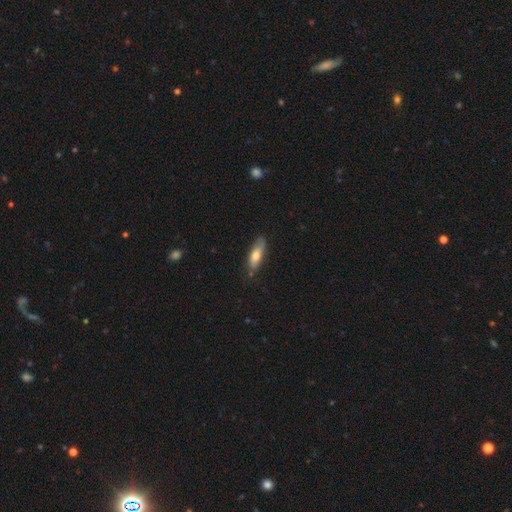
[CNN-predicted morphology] The model was most divided on "how rounded": cigar-shaped: 49%, in between: 48%, round: 2%. More confident: merging — none (73%); smooth or featured — smooth (66%).